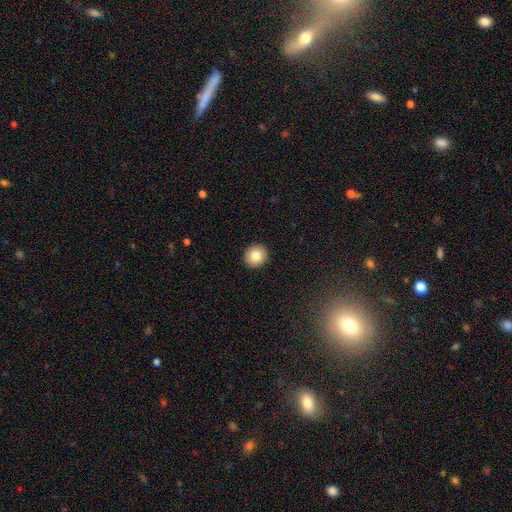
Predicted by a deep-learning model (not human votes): Smooth or featured?
  - smooth: 82% *
  - featured or disk: 9%
  - star or artifact: 9%
How rounded?
  - round: 92% *
  - in between: 7%
  - cigar-shaped: 1%
Merging?
  - none: 93% *
  - minor disturbance: 5%
  - major disturbance: 1%
  - merger: 1%